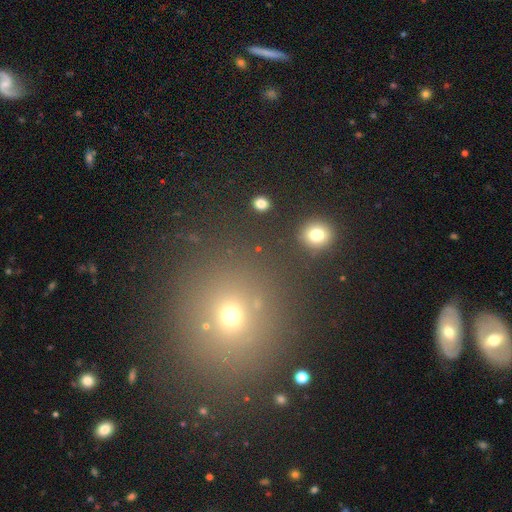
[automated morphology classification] A smooth galaxy with no disk features (54%) that is round (87%).

Vote fractions:
- Smooth or featured? smooth: 54% / star or artifact: 36% / featured or disk: 11%
- How rounded? round: 87% / in between: 11% / cigar-shaped: 1%
- Merging? none: 85% / minor disturbance: 7% / merger: 4% / major disturbance: 3%